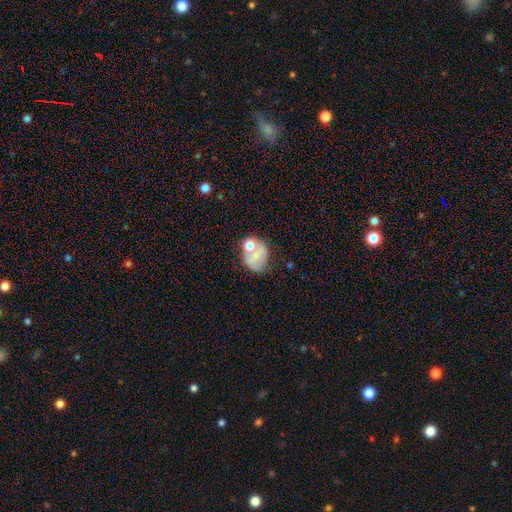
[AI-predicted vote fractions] Smooth or featured? smooth (61%)
How rounded? round (50%)
Merging? none (36%)